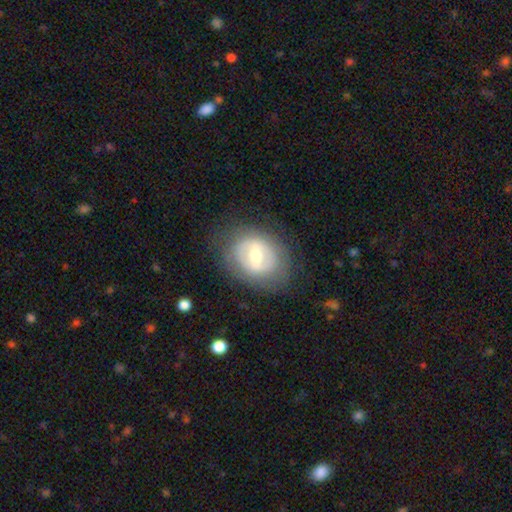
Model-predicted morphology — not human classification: A featured or disk galaxy (59%) with a weak bar (42%), no spiral arms (71%) and a moderate central bulge (66%).

Vote fractions:
- Smooth or featured? featured or disk: 59% / smooth: 34% / star or artifact: 7%
- Edge-on disk? no: 94% / yes: 6%
- Bar? weak: 42% / strong: 37% / no: 20%
- Spiral arms? no: 71% / yes: 29%
- Bulge size? moderate: 66% / small: 23% / large: 9% / none: 1% / dominant: 1%
- Merging? none: 77% / minor disturbance: 14% / major disturbance: 8% / merger: 1%